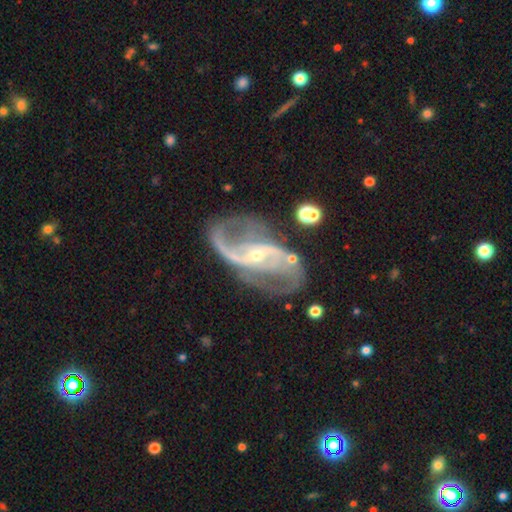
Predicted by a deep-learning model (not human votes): The model was most divided on "bar": strong: 38%, weak: 35%, no: 28%. Remaining: spiral arms — yes (97%); edge-on disk — no (96%); smooth or featured — featured or disk (91%); spiral arm count — 2 (90%); bulge size — small (70%); merging — none (67%); spiral winding — medium (47%).